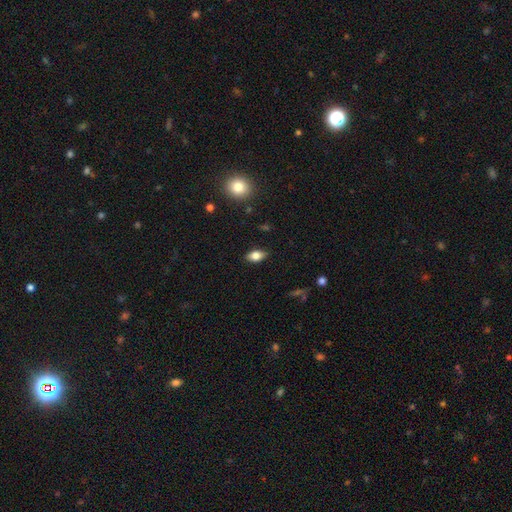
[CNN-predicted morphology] smooth 78%, featured or disk 13%, star or artifact 9%. Down the decision tree: how rounded — in between (87%); merging — none (86%).